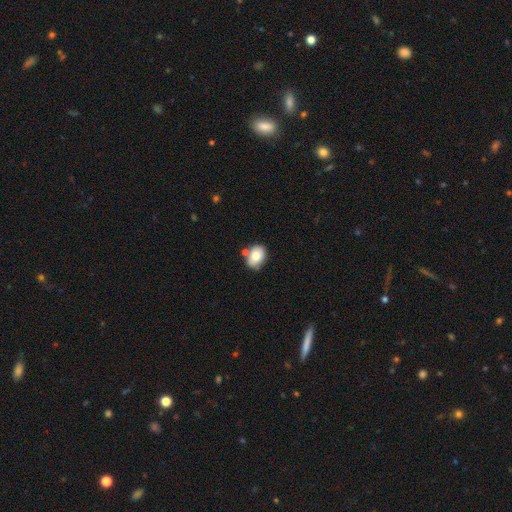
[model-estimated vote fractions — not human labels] The model was most divided on "how rounded": in between: 69%, round: 30%, cigar-shaped: 1%. More confident: smooth or featured — smooth (74%); merging — none (66%).